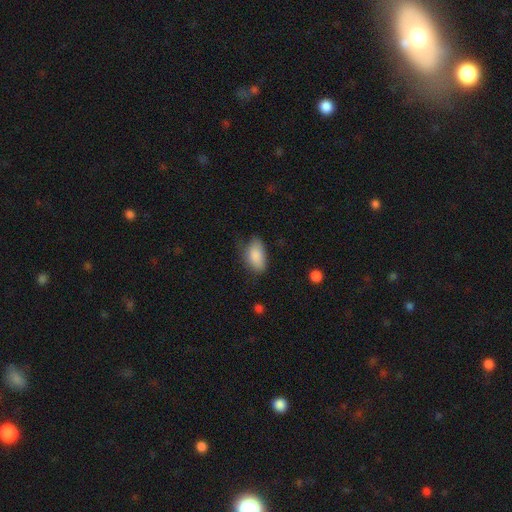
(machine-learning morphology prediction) smooth-or-featured: smooth: 85% | featured or disk: 8% | star or artifact: 7%
  how-rounded: in between: 92% | round: 5% | cigar-shaped: 3%
  merging: none: 56% | minor disturbance: 31% | major disturbance: 10% | merger: 2%